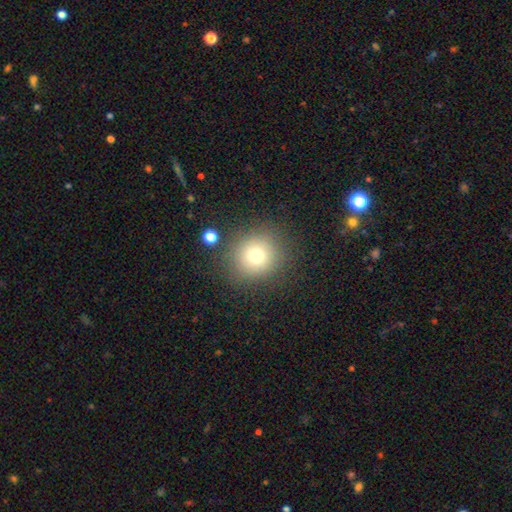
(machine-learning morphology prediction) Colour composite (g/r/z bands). It shows a smooth galaxy with no disk features (74%) that is round (90%). Merging: none (84%).